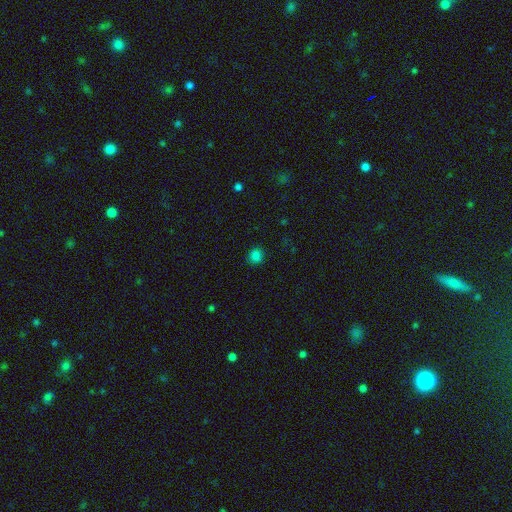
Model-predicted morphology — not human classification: Smooth or featured? smooth (82%)
How rounded? round (87%)
Merging? none (90%)